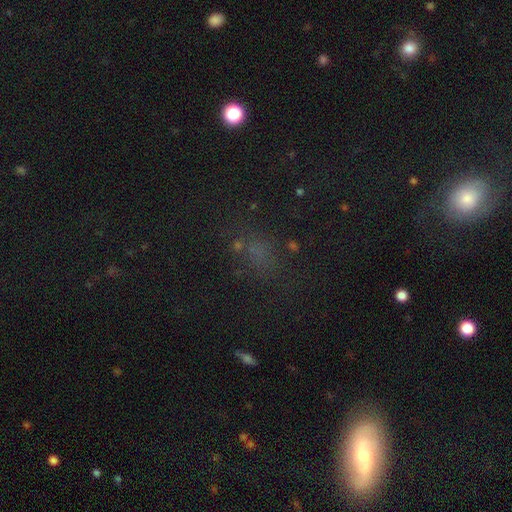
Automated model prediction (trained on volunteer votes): Smooth or featured: star or artifact — 43% (smooth — 38%)